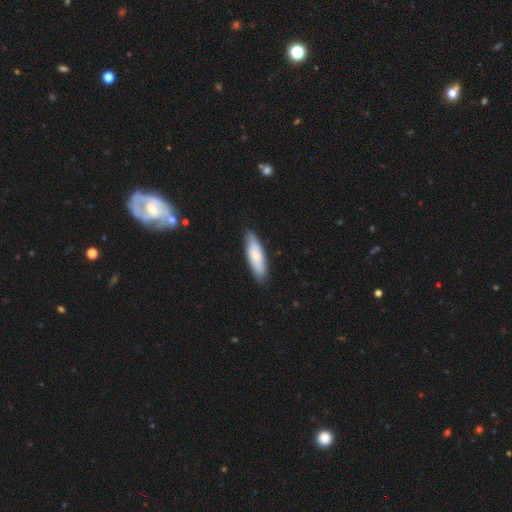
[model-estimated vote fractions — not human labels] This appears to be a smooth galaxy with no disk features (74%) that is cigar-shaped (56%). Merging: none (85%).